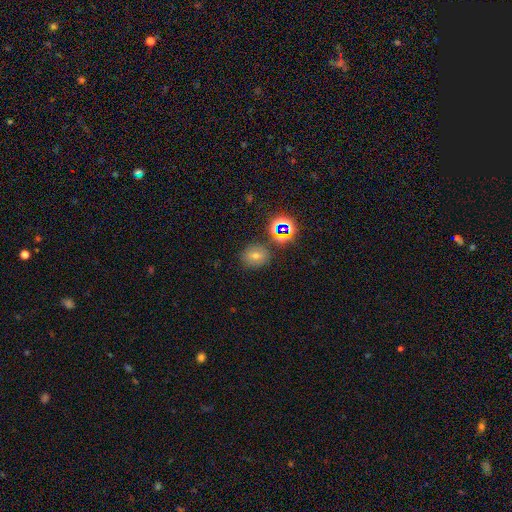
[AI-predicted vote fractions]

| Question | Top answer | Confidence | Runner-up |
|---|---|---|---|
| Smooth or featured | smooth | 46% | star or artifact (38%) |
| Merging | none | 80% | minor disturbance (10%) |